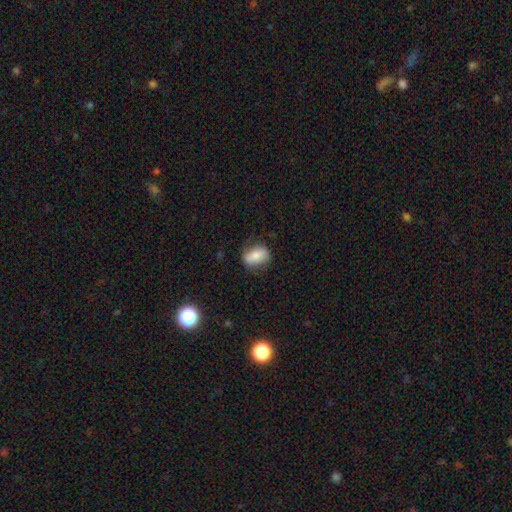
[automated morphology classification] Smooth or featured? smooth (73%)
How rounded? in between (81%)
Merging? none (68%)